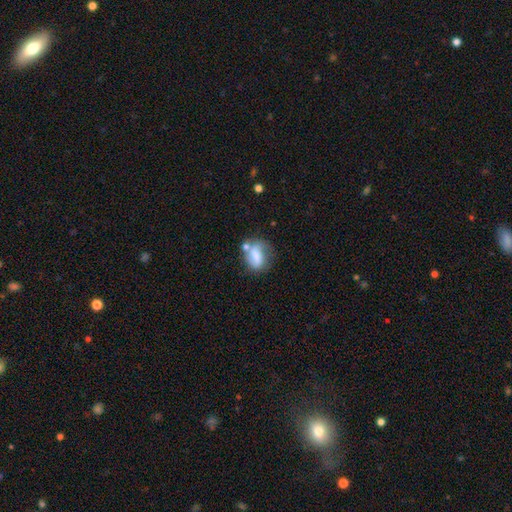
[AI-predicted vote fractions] smooth-or-featured: smooth: 61% | featured or disk: 30% | star or artifact: 9%
  how-rounded: in between: 68% | round: 27% | cigar-shaped: 4%
  merging: none: 42% | minor disturbance: 25% | merger: 20% | major disturbance: 14%